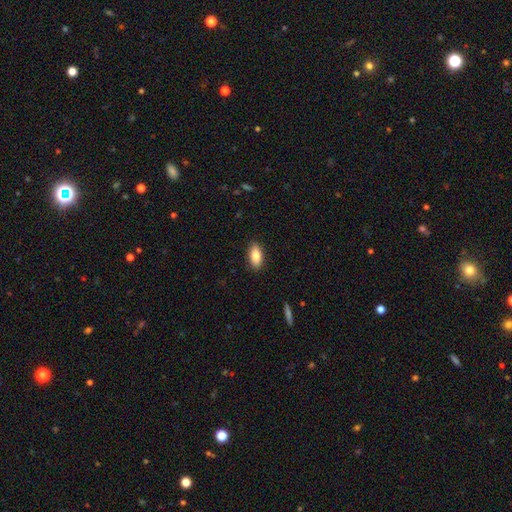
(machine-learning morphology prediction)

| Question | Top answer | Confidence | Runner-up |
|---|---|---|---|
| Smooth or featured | smooth | 82% | featured or disk (11%) |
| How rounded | in between | 89% | cigar-shaped (8%) |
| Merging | none | 89% | minor disturbance (8%) |